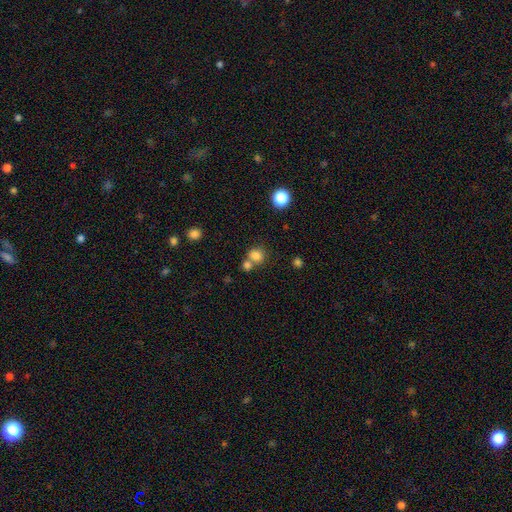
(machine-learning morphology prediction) smooth-or-featured: smooth: 80% | star or artifact: 13% | featured or disk: 7%
  how-rounded: round: 77% | in between: 22% | cigar-shaped: 1%
  merging: none: 50% | merger: 38% | minor disturbance: 8% | major disturbance: 4%